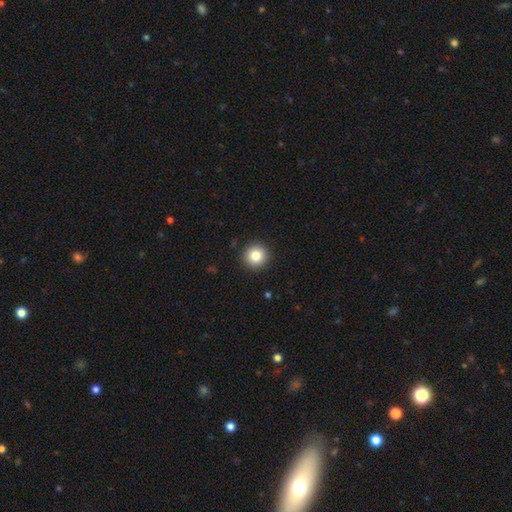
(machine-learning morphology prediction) Smooth or featured?
  - smooth: 84% *
  - star or artifact: 10%
  - featured or disk: 6%
How rounded?
  - round: 95% *
  - in between: 4%
  - cigar-shaped: 1%
Merging?
  - none: 93% *
  - minor disturbance: 5%
  - major disturbance: 2%
  - merger: 1%